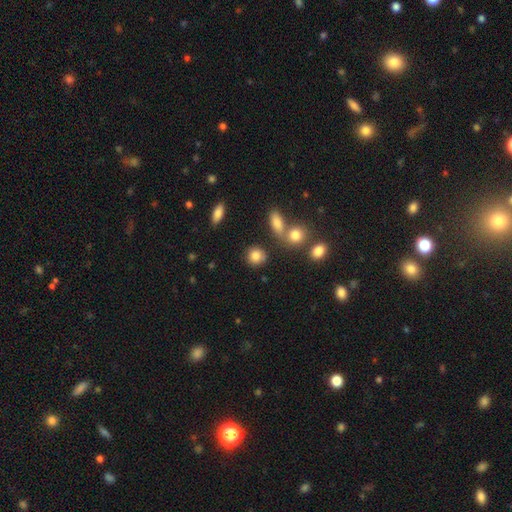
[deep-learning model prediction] smooth-or-featured: smooth: 83% | star or artifact: 10% | featured or disk: 7%
  how-rounded: round: 79% | in between: 20% | cigar-shaped: 2%
  merging: none: 74% | minor disturbance: 12% | merger: 10% | major disturbance: 4%